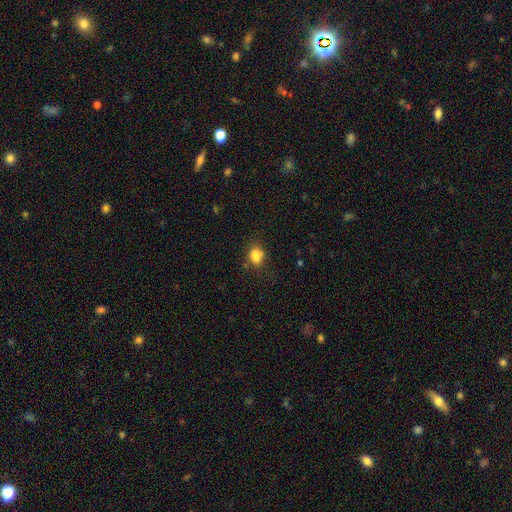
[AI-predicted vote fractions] Smooth or featured? smooth (76%)
How rounded? in between (58%)
Merging? none (54%)